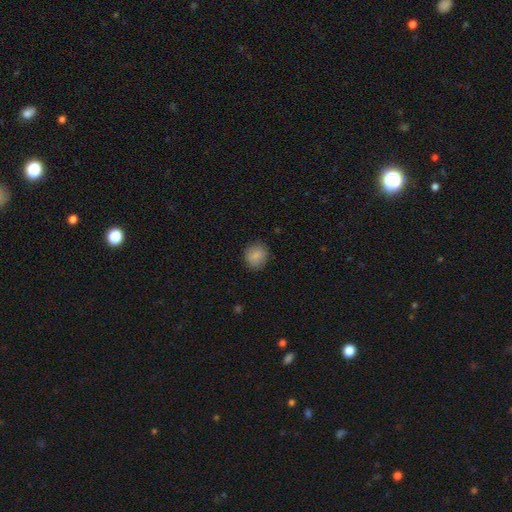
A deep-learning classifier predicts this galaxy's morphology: This is clearly a smooth galaxy (87%). How rounded: clearly round (82%). Merging: clearly none (86%).